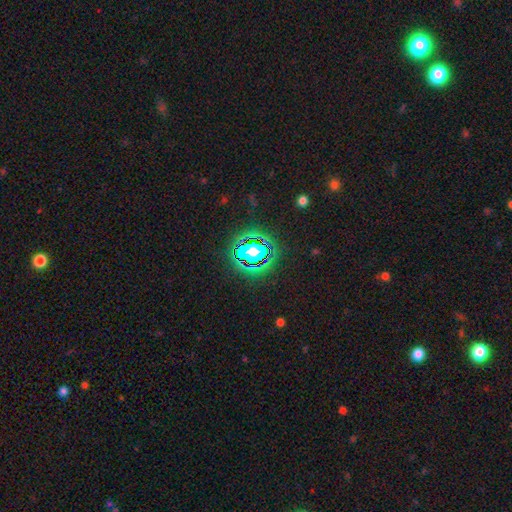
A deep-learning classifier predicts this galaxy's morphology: A star or artifact, not a galaxy (78%).

Vote fractions:
- Smooth or featured? star or artifact: 78% / smooth: 13% / featured or disk: 9%